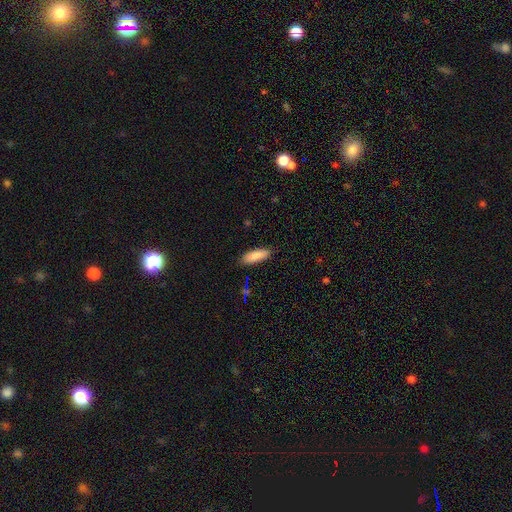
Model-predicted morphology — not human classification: The model was most divided on "how rounded": in between: 61%, cigar-shaped: 38%, round: 2%. More confident: smooth or featured — smooth (87%); merging — none (86%).